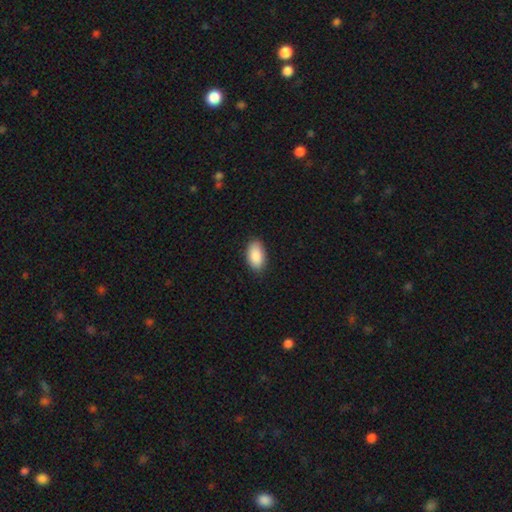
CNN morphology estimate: smooth 90%, star or artifact 6%, featured or disk 4%. Down the decision tree: how rounded — in between (95%); merging — none (86%).